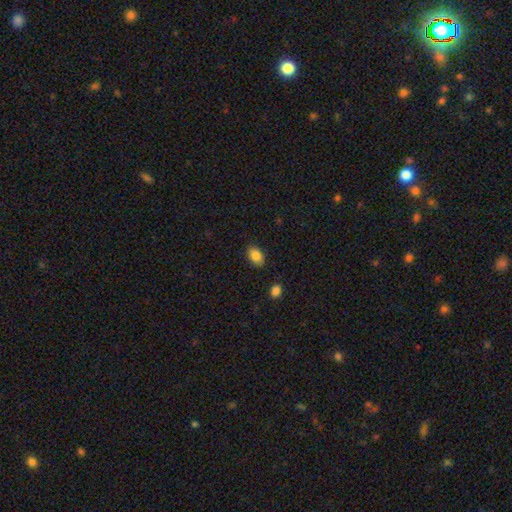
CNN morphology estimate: This appears to be a smooth galaxy with no disk features (85%) that is in between round and cigar-shaped (82%). Merging: none (86%).